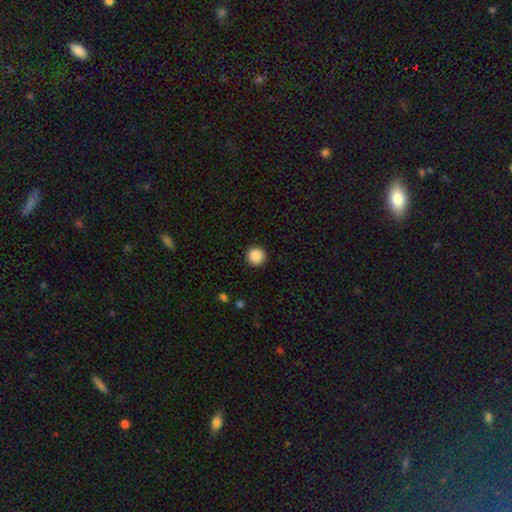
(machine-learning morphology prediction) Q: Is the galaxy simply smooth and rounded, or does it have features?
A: smooth — 89%.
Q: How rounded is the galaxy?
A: round — 96%.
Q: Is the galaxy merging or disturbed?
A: none — 93%.